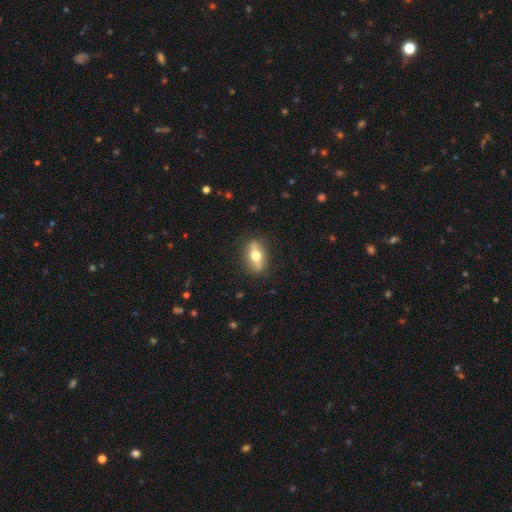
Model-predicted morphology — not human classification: The model was most divided on "smooth or featured": smooth: 49%, featured or disk: 44%, star or artifact: 7%. More confident: merging — none (85%).